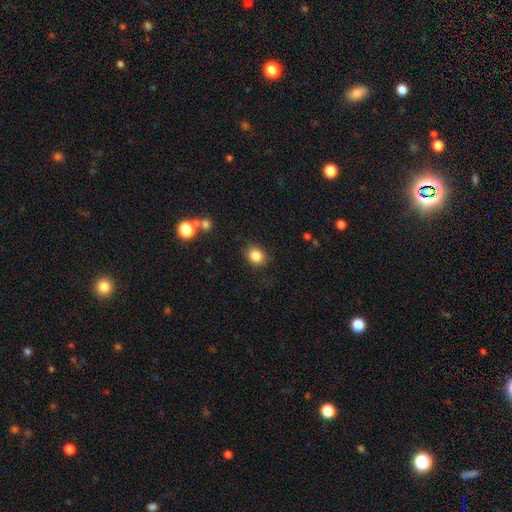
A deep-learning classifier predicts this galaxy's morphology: Q: Smooth or featured?
A: smooth (84%); runner-up: star or artifact (10%)
Q: How rounded?
A: round (59%); runner-up: in between (41%)
Q: Merging?
A: none (83%); runner-up: minor disturbance (12%)